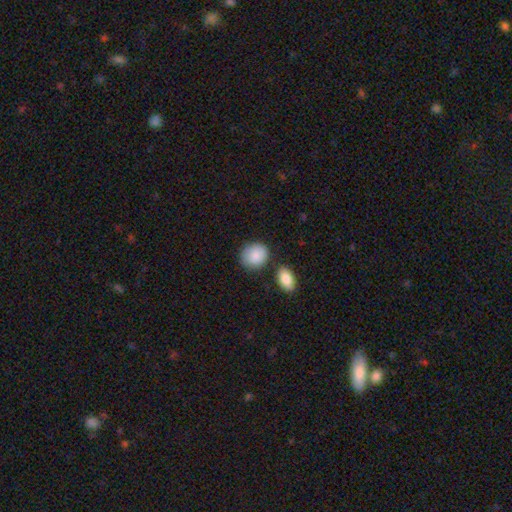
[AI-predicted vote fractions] This appears to be a smooth galaxy with no disk features (87%) that is round (67%). Merging: none (71%).